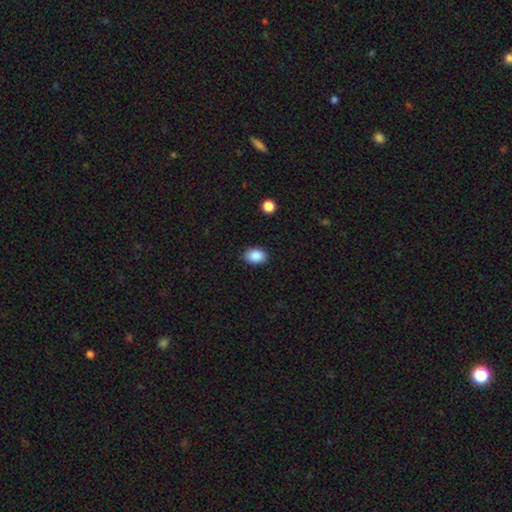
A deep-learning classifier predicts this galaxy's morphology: Q: Smooth or featured?
A: smooth (89%); runner-up: star or artifact (8%)
Q: How rounded?
A: in between (77%); runner-up: round (22%)
Q: Merging?
A: none (87%); runner-up: minor disturbance (9%)